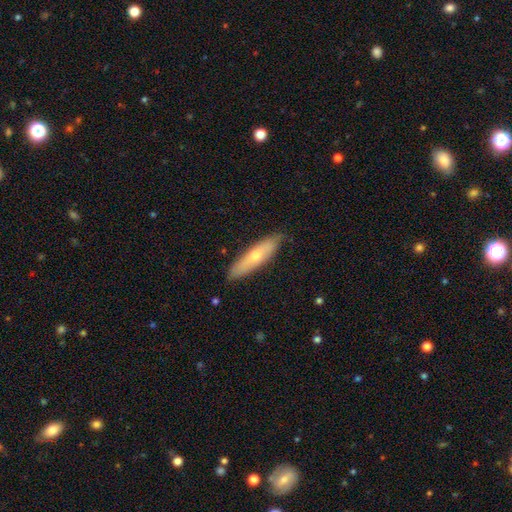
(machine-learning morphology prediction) smooth-or-featured: smooth: 57% | featured or disk: 37% | star or artifact: 6%
  how-rounded: cigar-shaped: 70% | in between: 28% | round: 2%
  merging: none: 83% | minor disturbance: 14% | major disturbance: 2% | merger: 1%